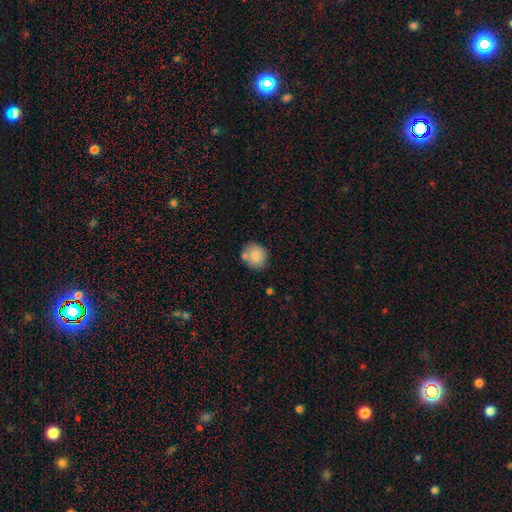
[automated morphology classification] A smooth galaxy with no disk features (82%) that is round (77%). Merging: none (68%).